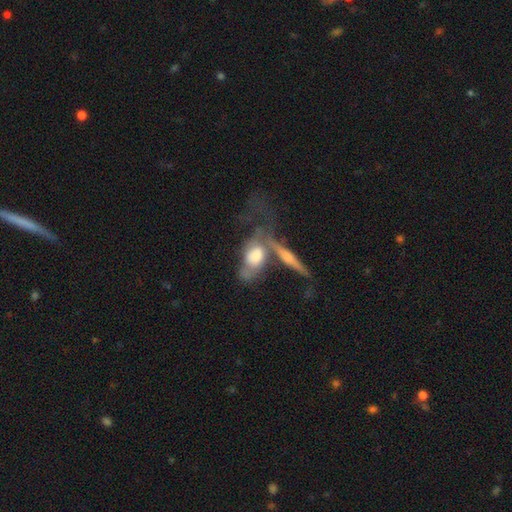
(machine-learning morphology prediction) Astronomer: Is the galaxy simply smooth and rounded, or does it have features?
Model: featured or disk — 47% (runner-up: smooth, 45%).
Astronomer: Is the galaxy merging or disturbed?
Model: merger — 46% (runner-up: major disturbance, 21%).